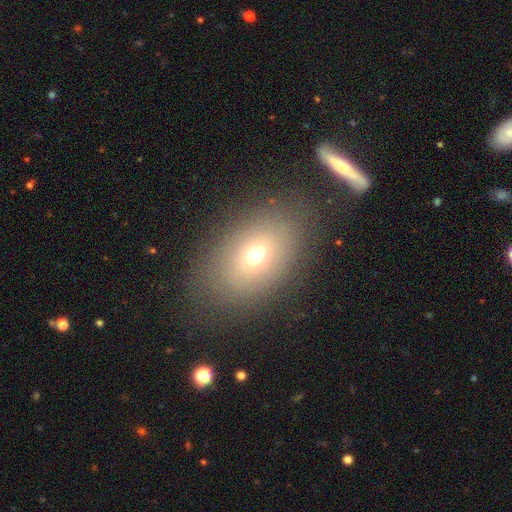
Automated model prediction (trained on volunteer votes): smooth-or-featured: smooth: 67% | featured or disk: 17% | star or artifact: 16%
  how-rounded: in between: 77% | round: 21% | cigar-shaped: 2%
  merging: none: 79% | minor disturbance: 12% | major disturbance: 7% | merger: 2%